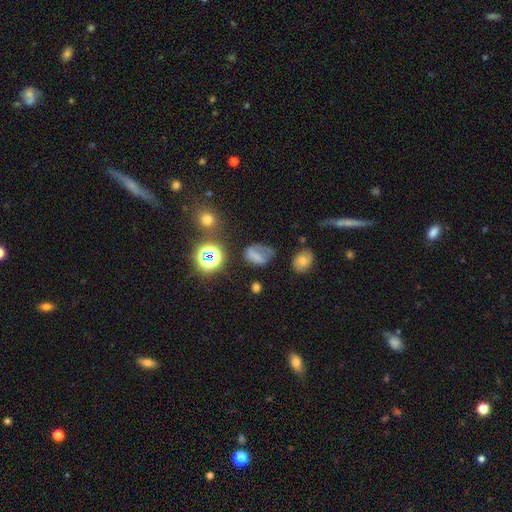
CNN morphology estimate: smooth 51%, featured or disk 26%, star or artifact 23%. Down the decision tree: how rounded — in between (70%); merging — none (41%).